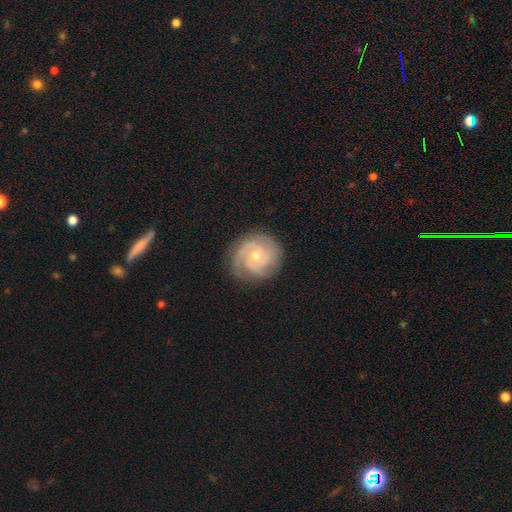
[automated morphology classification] A featured or disk galaxy (87%) with no bar (71%), 3 (40%) tight (70%) spiral arms (97%) and a moderate central bulge (51%).

Vote fractions:
- Smooth or featured? featured or disk: 87% / smooth: 8% / star or artifact: 5%
- Edge-on disk? no: 98% / yes: 2%
- Bar? no: 71% / weak: 24% / strong: 5%
- Spiral arms? yes: 97% / no: 3%
- Spiral winding? tight: 70% / medium: 26% / loose: 4%
- Spiral arm count? 3: 40% / 2: 33% / can't tell: 12% / 4: 6% / 1: 5% / more than 4: 4%
- Bulge size? moderate: 51% / small: 47% / large: 1% / none: 1% / dominant: 1%
- Merging? none: 83% / minor disturbance: 13% / major disturbance: 4% / merger: 1%